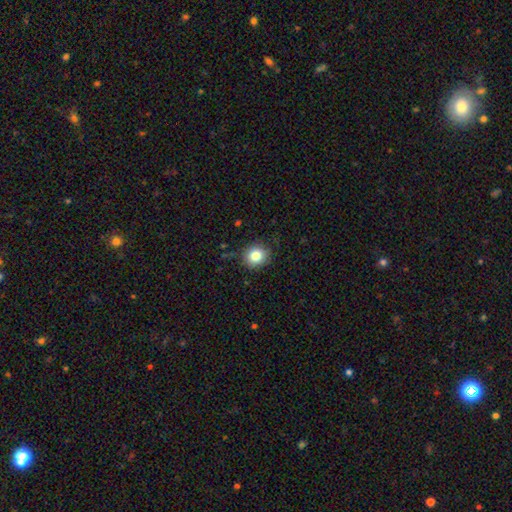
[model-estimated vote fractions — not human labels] This is clearly a smooth galaxy (82%). How rounded: clearly round (84%). Merging: clearly none (86%).